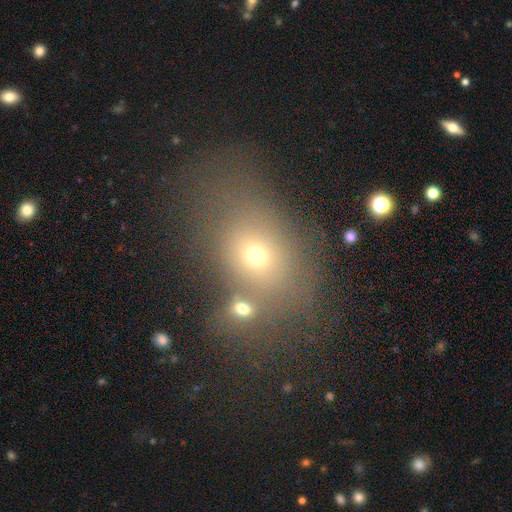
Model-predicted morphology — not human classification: smooth_or_featured: smooth (p=0.66) [alt: star or artifact p=0.19]
how_rounded: in between (p=0.63) [alt: round p=0.35]
merging: none (p=0.53) [alt: merger p=0.23]